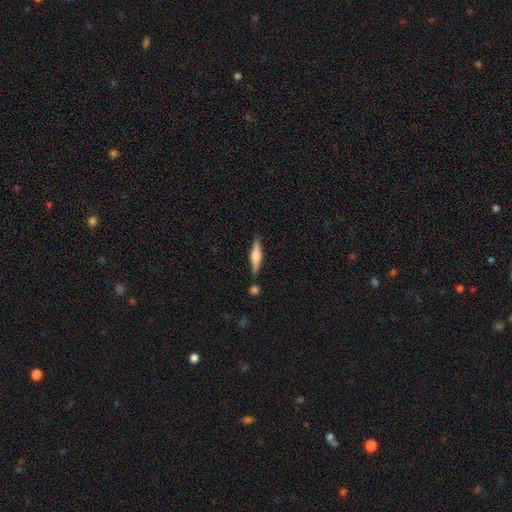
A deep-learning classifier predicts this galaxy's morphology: Overall: featured or disk (48%; smooth 46%). Merging: none (80%).